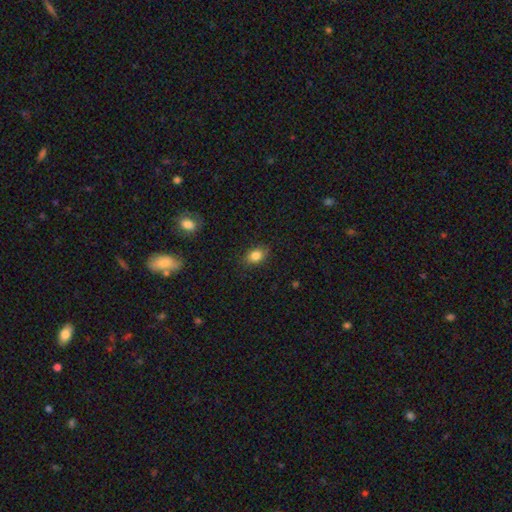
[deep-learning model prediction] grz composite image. It shows a smooth galaxy with no disk features (84%) that is in between round and cigar-shaped (68%). Merging: none (82%).